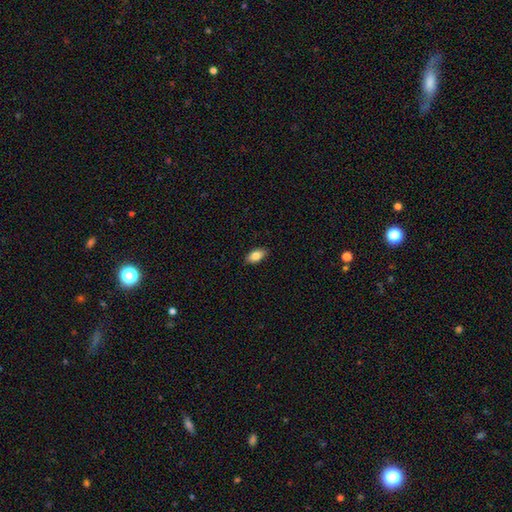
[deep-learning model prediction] A smooth galaxy with no disk features (83%) that is in between round and cigar-shaped (92%).

Vote fractions:
- Smooth or featured? smooth: 83% / featured or disk: 10% / star or artifact: 7%
- How rounded? in between: 92% / round: 4% / cigar-shaped: 4%
- Merging? none: 89% / minor disturbance: 8% / major disturbance: 2% / merger: 1%